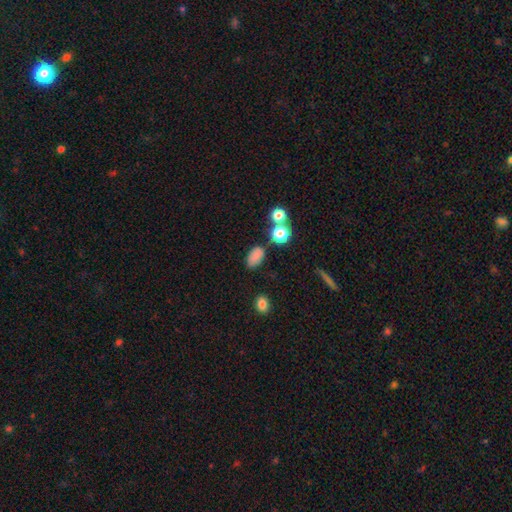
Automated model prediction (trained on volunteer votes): A smooth galaxy with no disk features (81%) that is in between round and cigar-shaped (87%). Merging: none (71%).